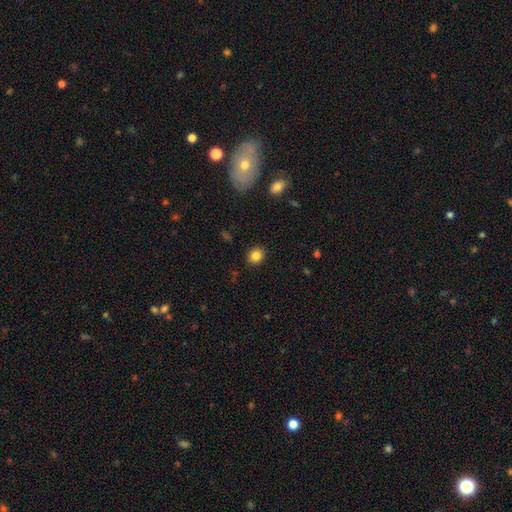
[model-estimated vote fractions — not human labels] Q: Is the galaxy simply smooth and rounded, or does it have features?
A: smooth — 84%.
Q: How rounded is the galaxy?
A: round — 68%.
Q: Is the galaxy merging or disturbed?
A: none — 89%.